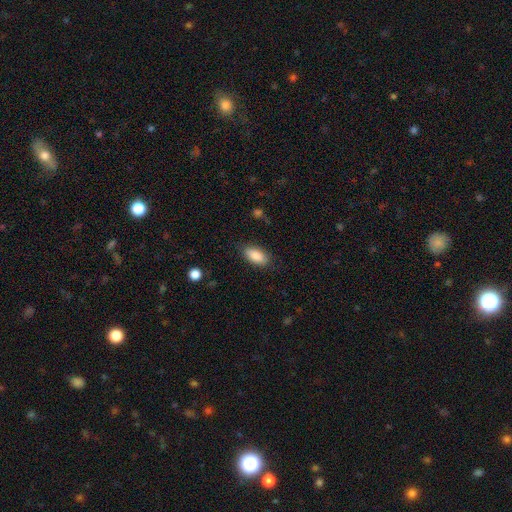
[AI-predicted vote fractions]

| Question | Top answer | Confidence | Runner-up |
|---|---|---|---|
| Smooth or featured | smooth | 87% | star or artifact (7%) |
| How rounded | in between | 90% | cigar-shaped (7%) |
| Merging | none | 83% | minor disturbance (12%) |